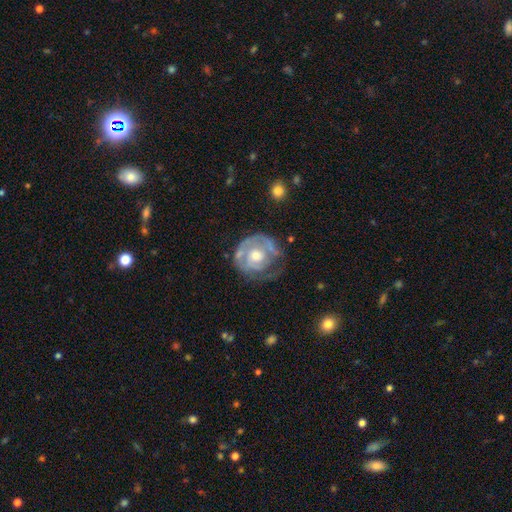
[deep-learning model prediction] Q: Smooth or featured?
A: featured or disk (72%); runner-up: smooth (22%)
Q: Edge-on disk?
A: no (97%); runner-up: yes (3%)
Q: Bar?
A: no (79%); runner-up: weak (18%)
Q: Spiral arms?
A: yes (65%); runner-up: no (35%)
Q: Bulge size?
A: moderate (67%); runner-up: small (21%)
Q: Merging?
A: none (52%); runner-up: minor disturbance (26%)